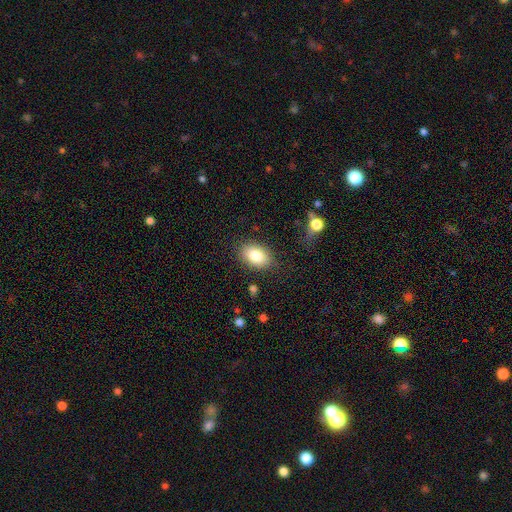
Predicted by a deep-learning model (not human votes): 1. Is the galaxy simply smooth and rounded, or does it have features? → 83% smooth, 9% featured or disk, 8% star or artifact.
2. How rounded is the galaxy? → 83% in between, 15% round, 1% cigar-shaped.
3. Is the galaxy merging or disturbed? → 84% none, 11% minor disturbance, 3% major disturbance, 2% merger.